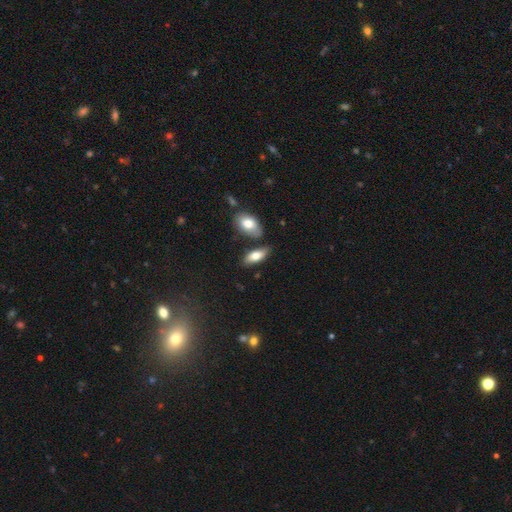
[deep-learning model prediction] smooth_or_featured: smooth (p=0.73) [alt: featured or disk p=0.20]
how_rounded: in between (p=0.83) [alt: cigar-shaped p=0.15]
merging: none (p=0.69) [alt: minor disturbance p=0.14]